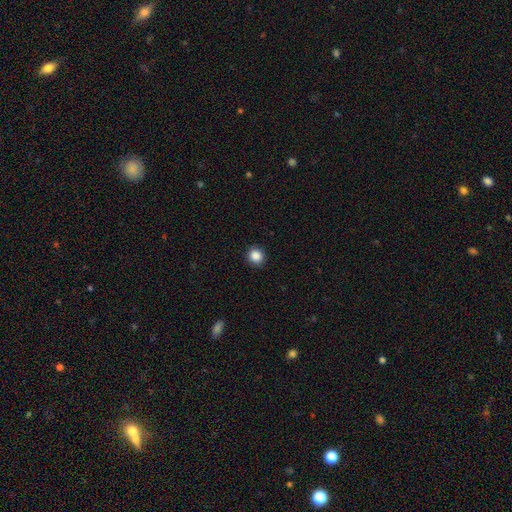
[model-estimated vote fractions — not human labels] smooth_or_featured: smooth (p=0.87) [alt: star or artifact p=0.10]
how_rounded: round (p=0.91) [alt: in between p=0.08]
merging: none (p=0.91) [alt: minor disturbance p=0.06]